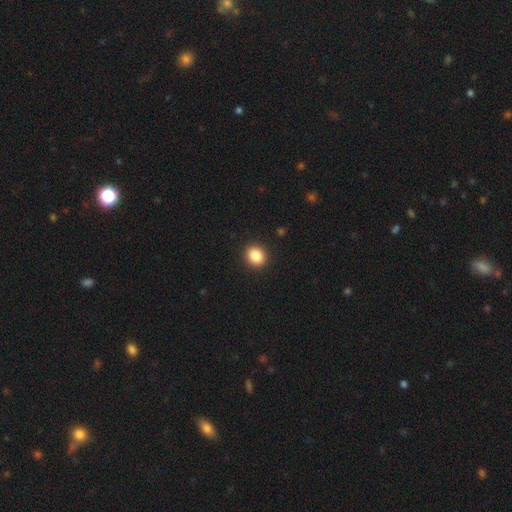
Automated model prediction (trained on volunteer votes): This appears to be a smooth galaxy with no disk features (86%) that is round (63%). Merging: none (91%).